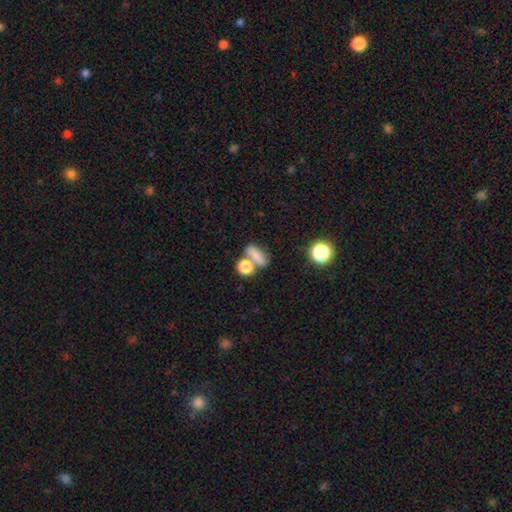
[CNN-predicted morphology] A smooth galaxy with no disk features (76%) that is in between round and cigar-shaped (60%).

Vote fractions:
- Smooth or featured? smooth: 76% / star or artifact: 13% / featured or disk: 10%
- How rounded? in between: 60% / round: 24% / cigar-shaped: 16%
- Merging? none: 49% / merger: 32% / minor disturbance: 12% / major disturbance: 7%